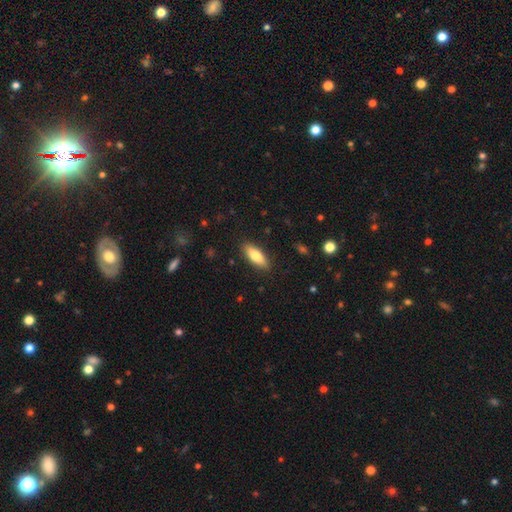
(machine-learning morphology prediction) Smooth or featured: smooth — 76% (featured or disk — 18%)
How rounded: in between — 66% (cigar-shaped — 32%)
Merging: none — 88% (minor disturbance — 9%)